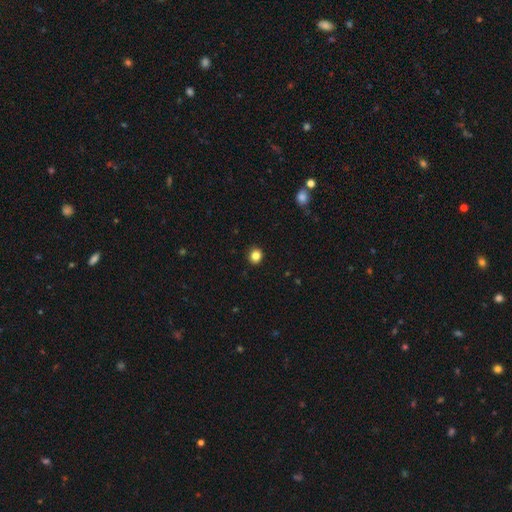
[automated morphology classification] smooth-or-featured: smooth: 84% | star or artifact: 11% | featured or disk: 5%
  how-rounded: round: 81% | in between: 18% | cigar-shaped: 1%
  merging: none: 91% | minor disturbance: 6% | major disturbance: 2% | merger: 1%